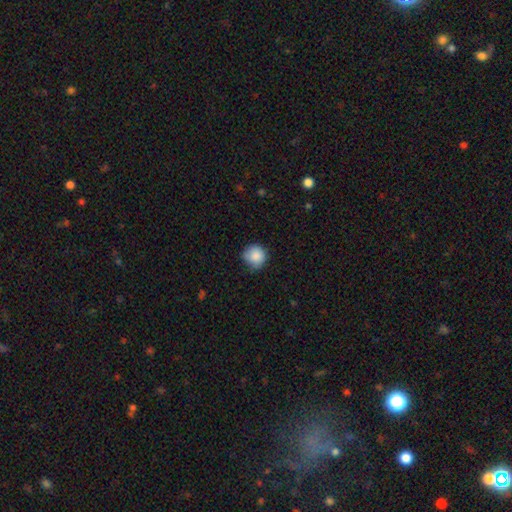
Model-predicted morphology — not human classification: smooth 86%, star or artifact 8%, featured or disk 5%. Down the decision tree: how rounded — round (91%); merging — none (68%).